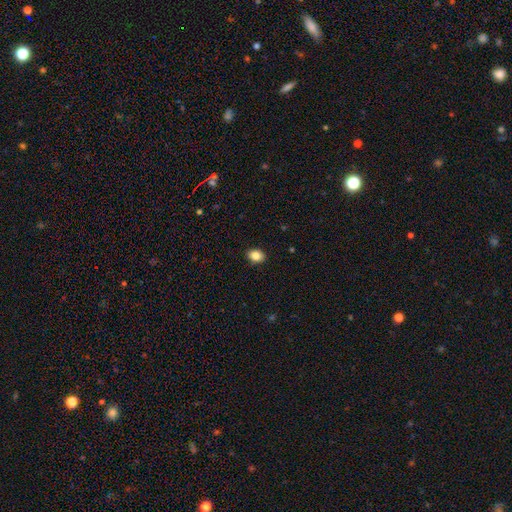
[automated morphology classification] Overall: smooth (85%). How rounded: in between (68%; round 31%). Merging: none (89%).